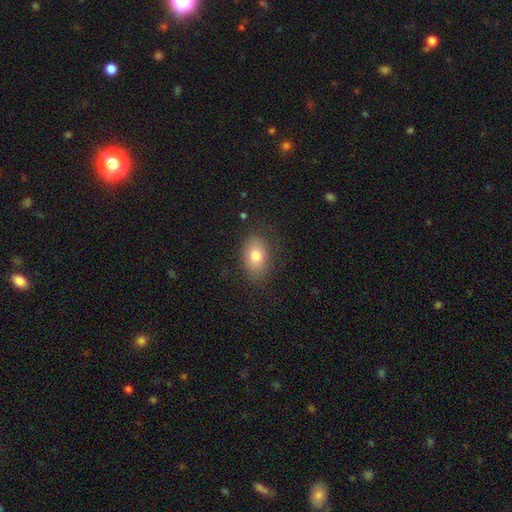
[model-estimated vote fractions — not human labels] Morphology: type=smooth (78%); roundness=in between (82%); merging=none (81%).